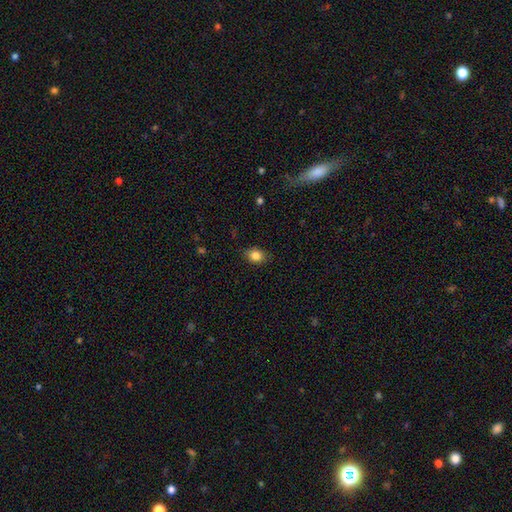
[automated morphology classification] The model was most divided on "how rounded": in between: 52%, round: 47%, cigar-shaped: 1%. More confident: smooth or featured — smooth (84%); merging — none (83%).